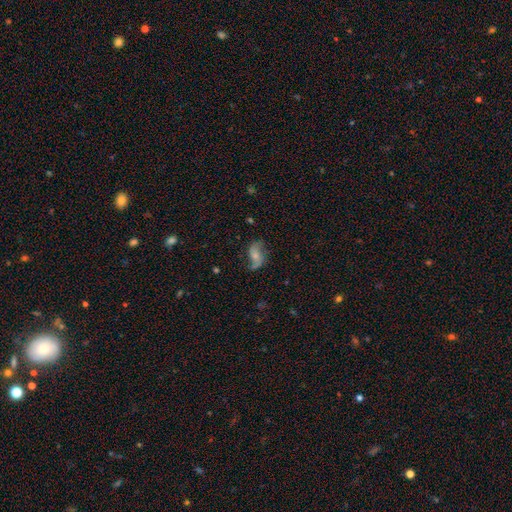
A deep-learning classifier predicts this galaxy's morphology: Smooth or featured? Predicted: featured or disk (p=0.61). Edge-on disk? Predicted: no (p=0.95). Bar? Predicted: no (p=0.56). Spiral arms? Predicted: yes (p=0.89). Spiral winding? Predicted: loose (p=0.74). Spiral arm count? Predicted: 2 (p=0.86). Bulge size? Predicted: small (p=0.49). Merging? Predicted: none (p=0.61).